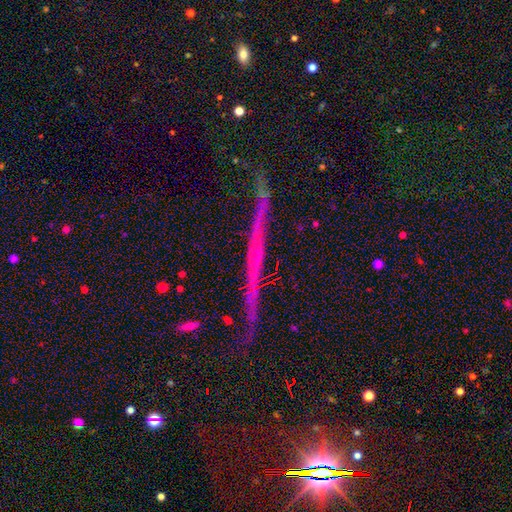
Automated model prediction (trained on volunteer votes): A featured or disk galaxy (58%) viewed edge-on (89%) with a rounded central bulge (54%). Merging: none (80%).